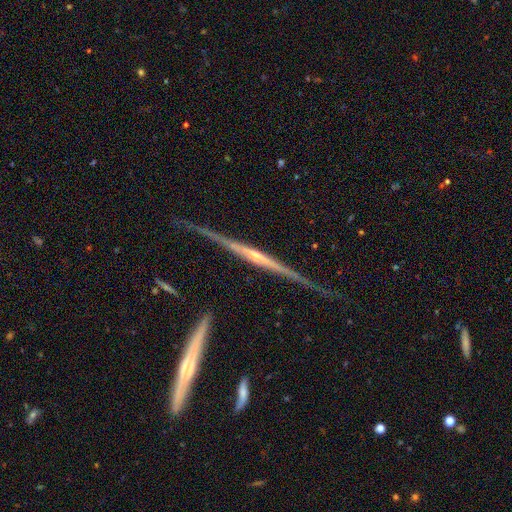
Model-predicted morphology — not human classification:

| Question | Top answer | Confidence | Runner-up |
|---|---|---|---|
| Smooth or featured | featured or disk | 86% | smooth (8%) |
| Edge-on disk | yes | 97% | no (3%) |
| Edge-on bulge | rounded | 54% | none (31%) |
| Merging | none | 78% | minor disturbance (16%) |